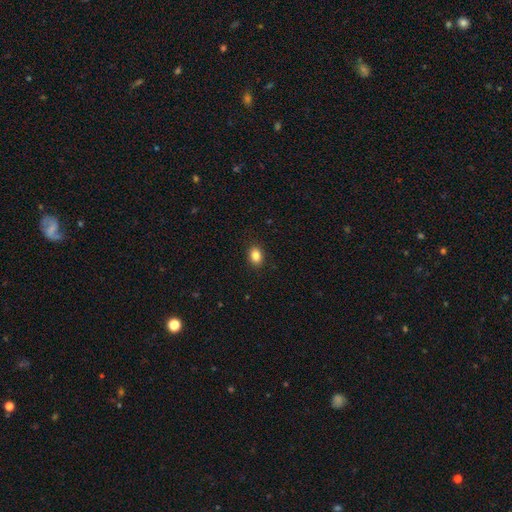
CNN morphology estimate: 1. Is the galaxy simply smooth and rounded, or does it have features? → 85% smooth, 10% star or artifact, 5% featured or disk.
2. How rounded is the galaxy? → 67% in between, 31% round, 1% cigar-shaped.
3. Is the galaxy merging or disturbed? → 90% none, 7% minor disturbance, 2% major disturbance, 1% merger.